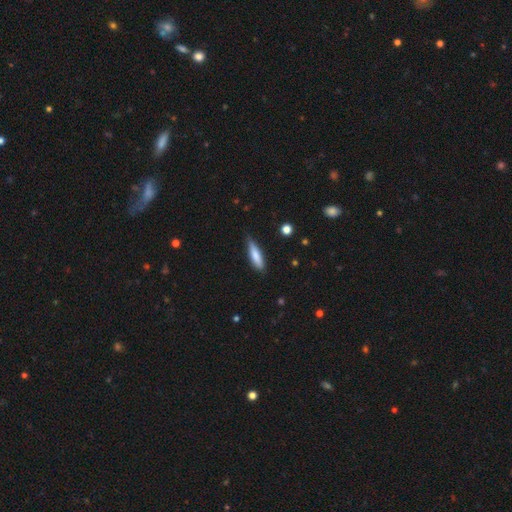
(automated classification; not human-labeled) smooth-or-featured: smooth: 76% | featured or disk: 18% | star or artifact: 6%
  how-rounded: cigar-shaped: 72% | in between: 26% | round: 2%
  merging: none: 76% | minor disturbance: 19% | major disturbance: 3% | merger: 1%